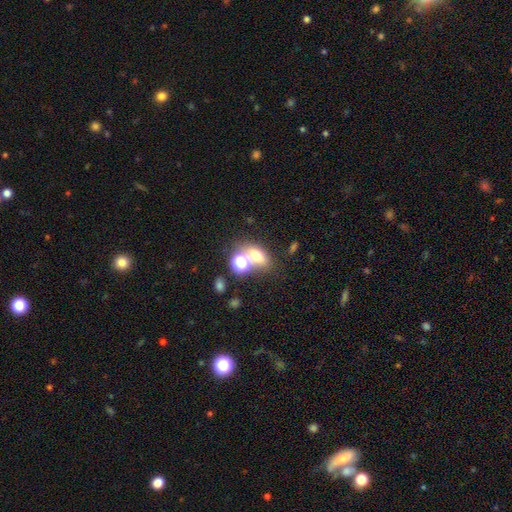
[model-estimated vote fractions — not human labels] This is likely a smooth galaxy (65%). How rounded: likely in between (64%). Merging: possibly none (45%).